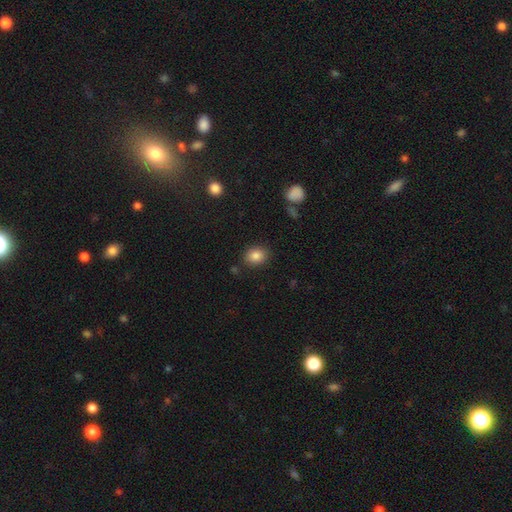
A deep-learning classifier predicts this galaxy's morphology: Overall: smooth (85%). How rounded: in between (52%; round 47%). Merging: none (85%).